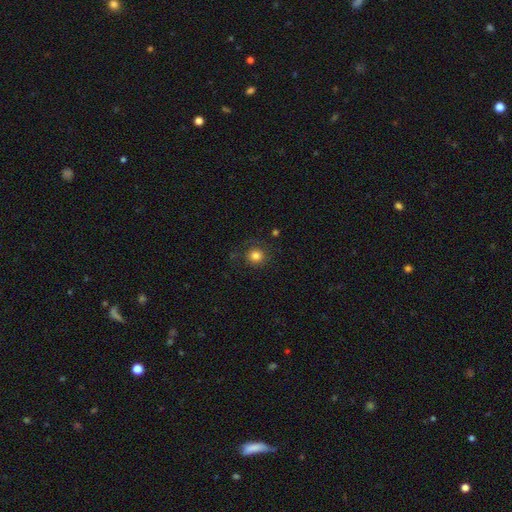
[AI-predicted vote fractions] A smooth galaxy with no disk features (81%) that is round (92%).

Vote fractions:
- Smooth or featured? smooth: 81% / star or artifact: 12% / featured or disk: 7%
- How rounded? round: 92% / in between: 8% / cigar-shaped: 1%
- Merging? none: 81% / minor disturbance: 11% / major disturbance: 6% / merger: 1%